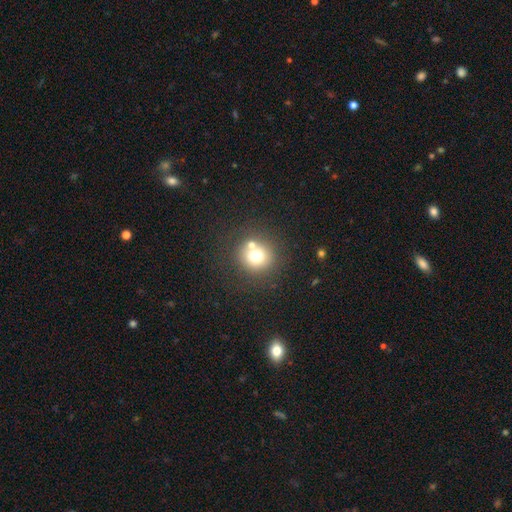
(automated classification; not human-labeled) Q: Smooth or featured?
A: smooth (69%); runner-up: star or artifact (16%)
Q: How rounded?
A: round (92%); runner-up: in between (7%)
Q: Merging?
A: none (66%); runner-up: merger (22%)